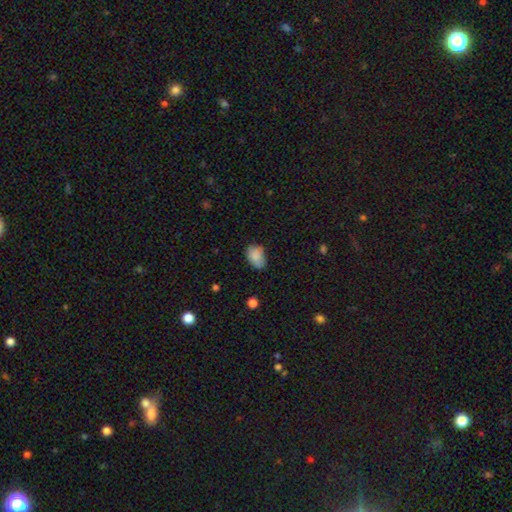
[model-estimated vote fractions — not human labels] The model was most divided on "merging": none: 67%, minor disturbance: 27%, major disturbance: 5%, merger: 2%. More confident: smooth or featured — smooth (86%); how rounded — in between (83%).